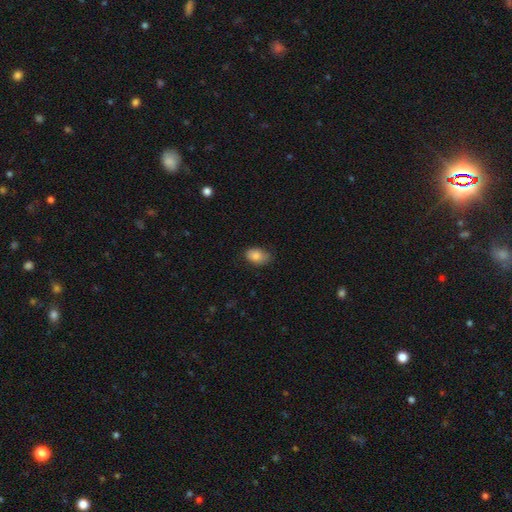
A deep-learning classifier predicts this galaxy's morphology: Smooth or featured? smooth (85%)
How rounded? in between (87%)
Merging? none (68%)